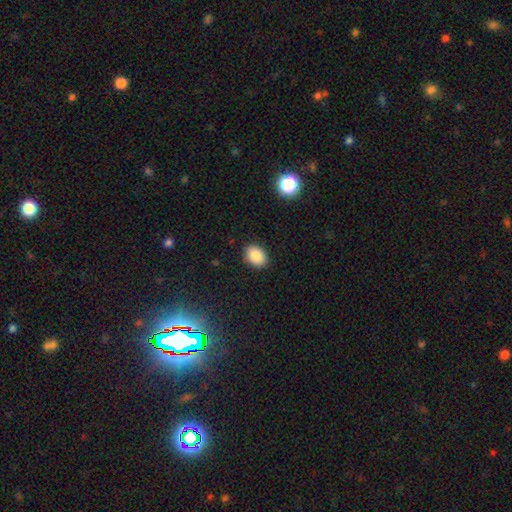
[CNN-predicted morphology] Smooth or featured? smooth (87%)
How rounded? in between (75%)
Merging? none (88%)